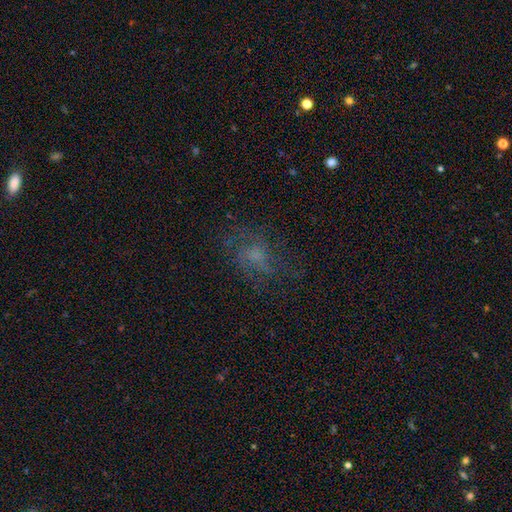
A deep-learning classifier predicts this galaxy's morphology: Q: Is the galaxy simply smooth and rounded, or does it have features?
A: featured or disk — 46%.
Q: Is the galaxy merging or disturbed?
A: none — 58%.